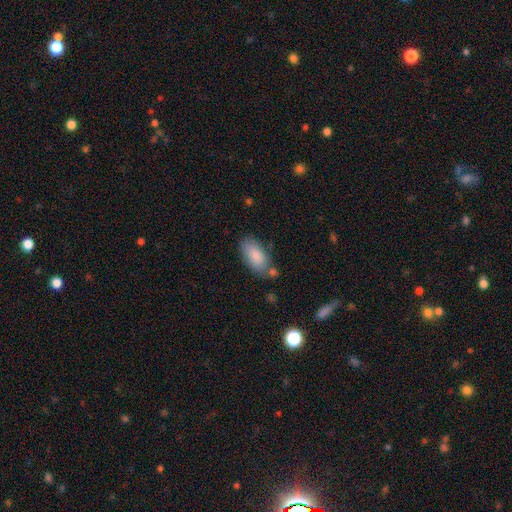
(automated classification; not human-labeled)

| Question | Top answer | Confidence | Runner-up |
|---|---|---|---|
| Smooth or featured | smooth | 85% | featured or disk (9%) |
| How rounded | in between | 92% | cigar-shaped (5%) |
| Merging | none | 66% | minor disturbance (19%) |